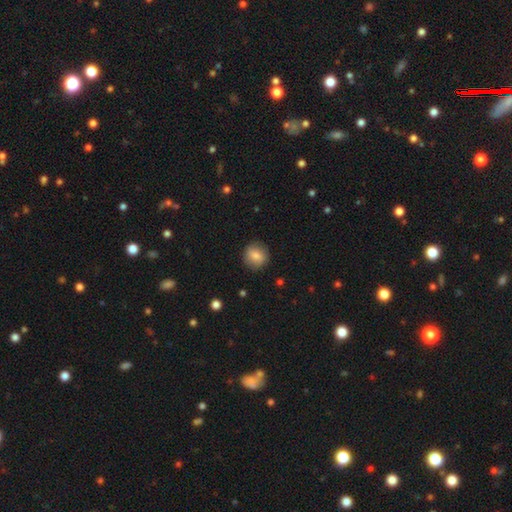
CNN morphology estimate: Smooth or featured?
  - smooth: 78% *
  - featured or disk: 13%
  - star or artifact: 8%
How rounded?
  - round: 90% *
  - in between: 9%
  - cigar-shaped: 1%
Merging?
  - none: 88% *
  - minor disturbance: 8%
  - major disturbance: 2%
  - merger: 1%